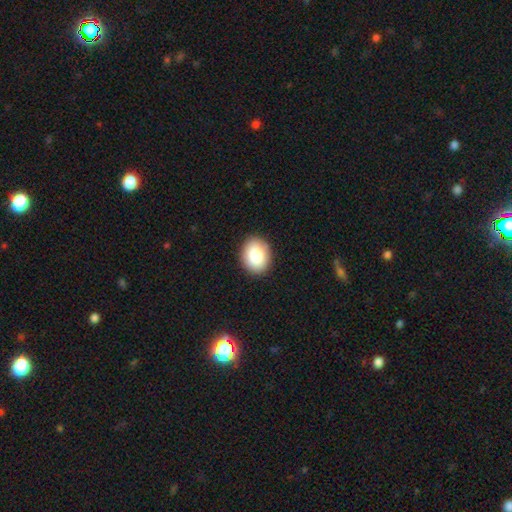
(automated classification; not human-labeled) Smooth or featured? Predicted: smooth (p=0.87). How rounded? Predicted: in between (p=0.59). Merging? Predicted: none (p=0.89).